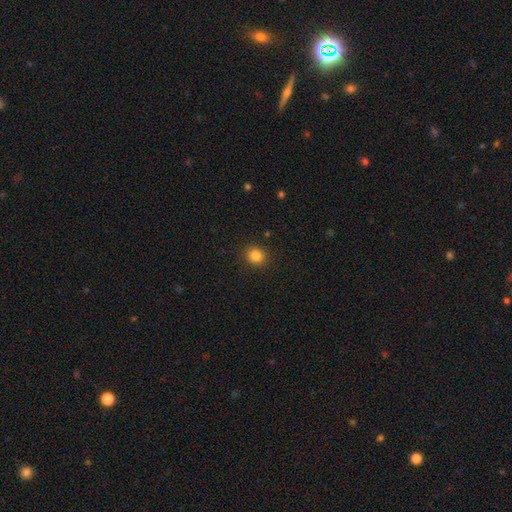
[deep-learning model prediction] A smooth galaxy with no disk features (85%) that is round (84%). Merging: none (91%).